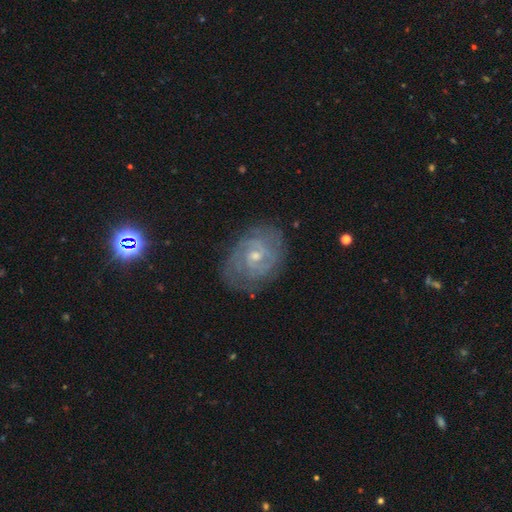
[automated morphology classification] Smooth or featured: featured or disk — 85% (smooth — 9%)
Edge-on disk: no — 97% (yes — 3%)
Bar: no — 47% (weak — 45%)
Spiral arms: yes — 94% (no — 6%)
Spiral winding: tight — 66% (medium — 28%)
Spiral arm count: 2 — 46% (can't tell — 28%)
Bulge size: small — 55% (moderate — 42%)
Merging: none — 76% (minor disturbance — 17%)